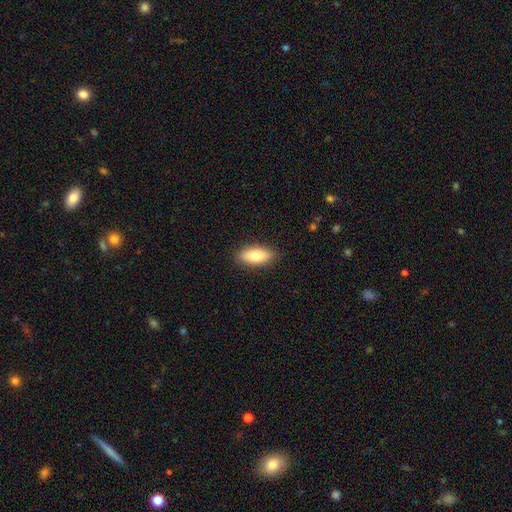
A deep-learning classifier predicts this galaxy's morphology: This appears to be a smooth galaxy with no disk features (80%) that is in between round and cigar-shaped (84%). Merging: none (88%).